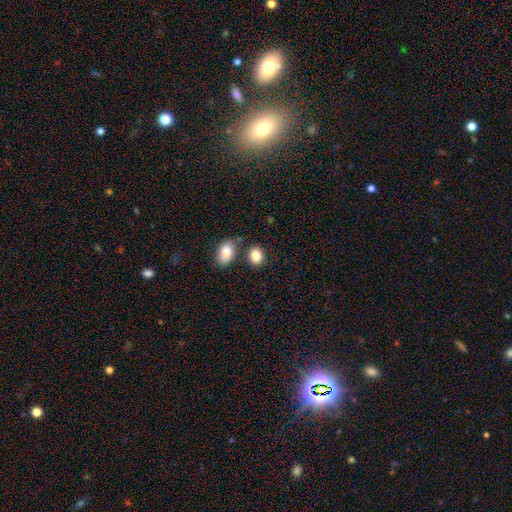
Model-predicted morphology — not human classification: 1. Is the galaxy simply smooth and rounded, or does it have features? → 86% smooth, 8% star or artifact, 6% featured or disk.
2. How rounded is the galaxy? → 56% in between, 42% round, 1% cigar-shaped.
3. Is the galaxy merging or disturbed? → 69% none, 16% merger, 12% minor disturbance, 3% major disturbance.